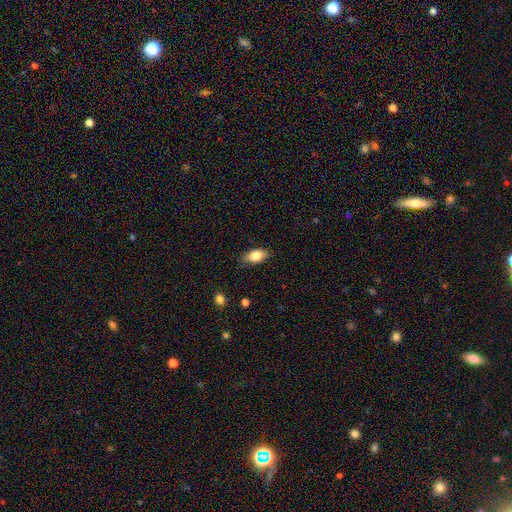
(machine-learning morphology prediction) This is clearly a smooth galaxy (83%). How rounded: clearly in between (89%). Merging: likely none (80%).